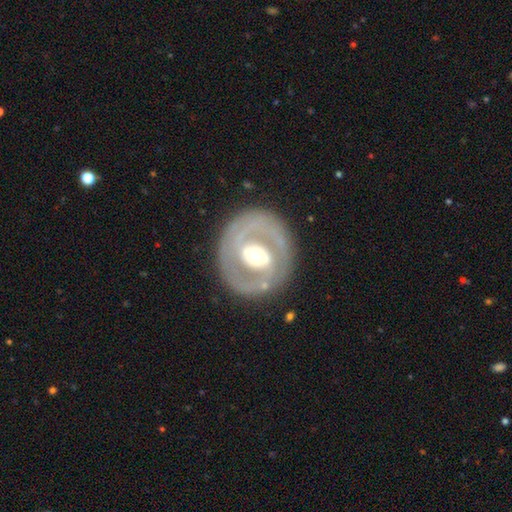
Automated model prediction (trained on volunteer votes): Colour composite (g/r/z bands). It shows a featured or disk galaxy (72%) with a weak bar (39%), no spiral arms (54%) and a moderate central bulge (65%). Merging: none (79%).